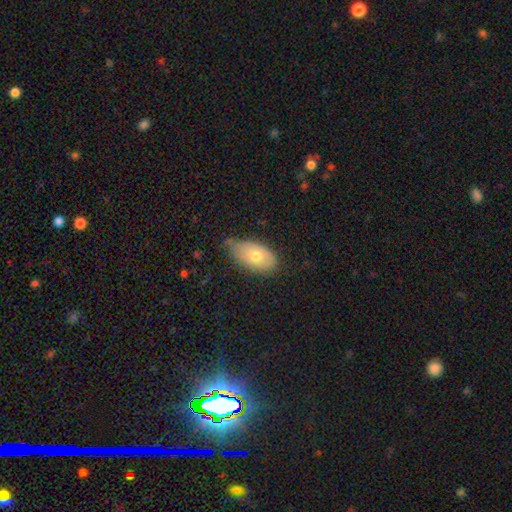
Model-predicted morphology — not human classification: The model was most divided on "merging": none: 48%, minor disturbance: 42%, major disturbance: 8%, merger: 2%. More confident: how rounded — in between (91%); smooth or featured — smooth (69%).